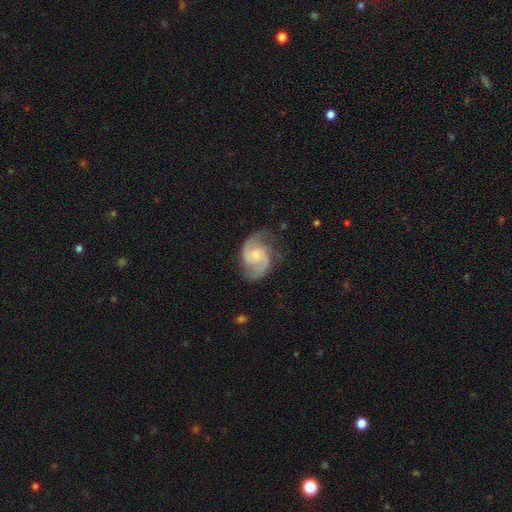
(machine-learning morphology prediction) Smooth or featured? featured or disk (89%)
Edge-on disk? no (98%)
Bar? no (60%)
Spiral arms? yes (98%)
Spiral winding? medium (58%)
Spiral arm count? 2 (90%)
Bulge size? small (63%)
Merging? none (73%)